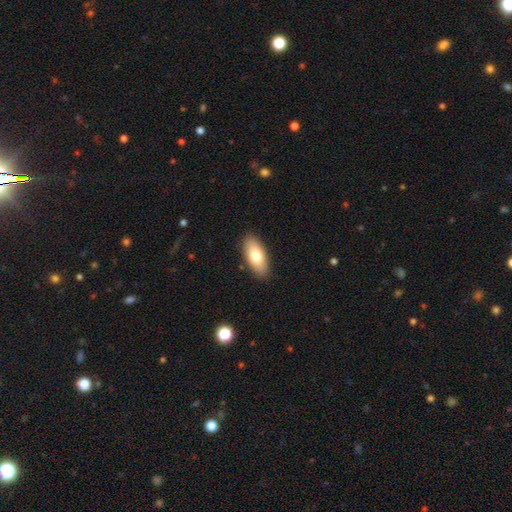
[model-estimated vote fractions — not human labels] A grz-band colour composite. It shows a smooth galaxy with no disk features (75%) that is in between round and cigar-shaped (87%). Merging: none (88%).